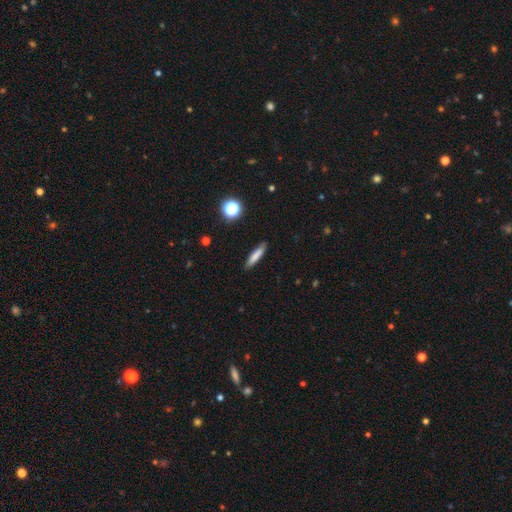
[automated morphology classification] The model was most divided on "smooth or featured": smooth: 78%, featured or disk: 13%, star or artifact: 9%. More confident: merging — none (87%); how rounded — cigar-shaped (84%).